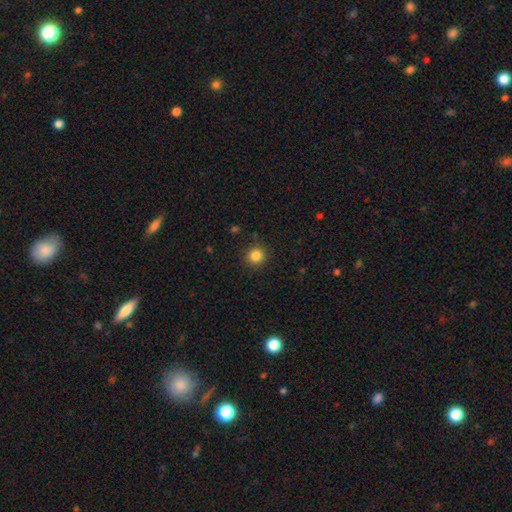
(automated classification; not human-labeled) Q: Smooth or featured?
A: smooth (84%); runner-up: star or artifact (12%)
Q: How rounded?
A: round (93%); runner-up: in between (6%)
Q: Merging?
A: none (90%); runner-up: minor disturbance (7%)